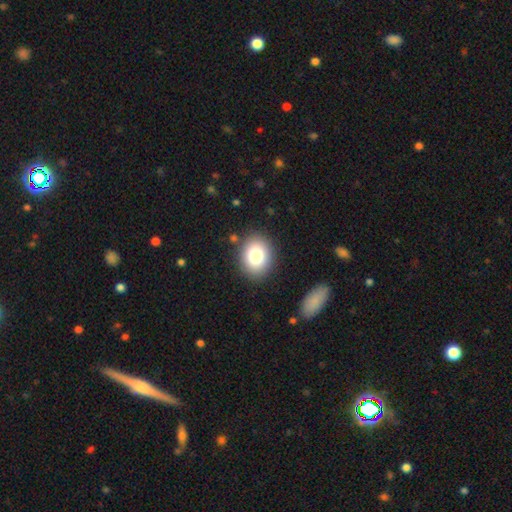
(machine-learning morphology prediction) Smooth or featured? Predicted: smooth (p=0.80). How rounded? Predicted: in between (p=0.50). Merging? Predicted: none (p=0.87).